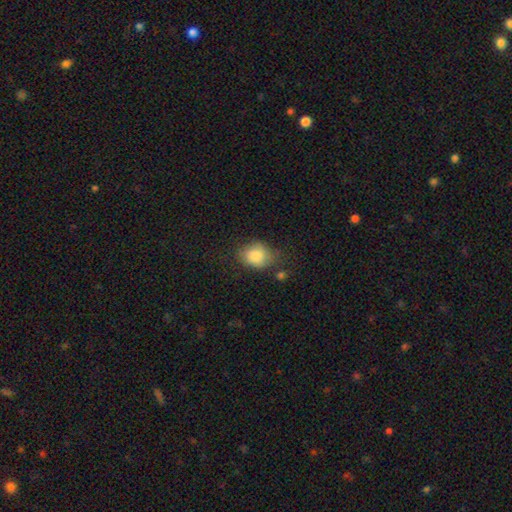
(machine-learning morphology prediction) This is clearly a smooth galaxy (85%). How rounded: possibly round (50%). Merging: possibly none (58%).